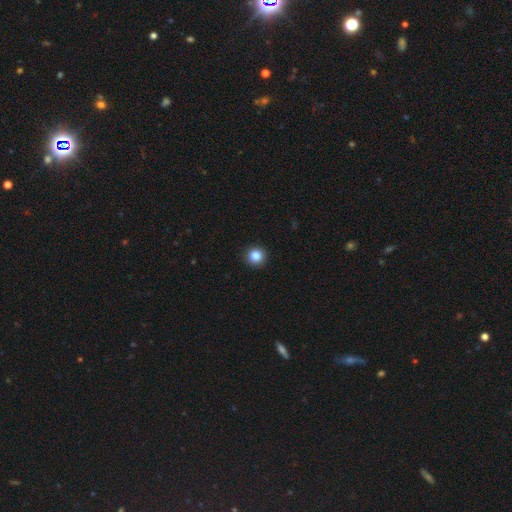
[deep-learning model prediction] smooth 85%, star or artifact 11%, featured or disk 5%. Down the decision tree: how rounded — round (94%); merging — none (93%).